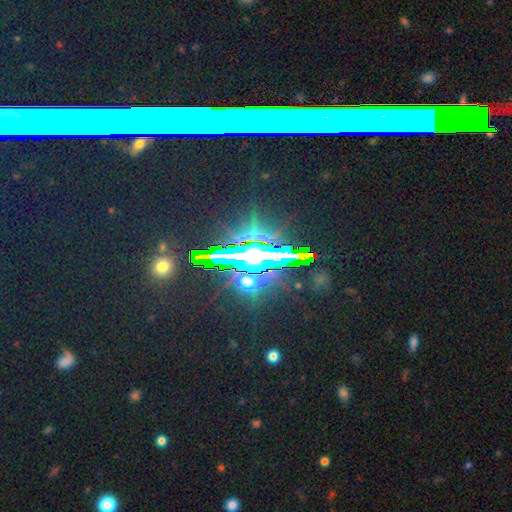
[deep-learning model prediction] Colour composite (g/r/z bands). It shows a star or artifact, not a galaxy (76%).